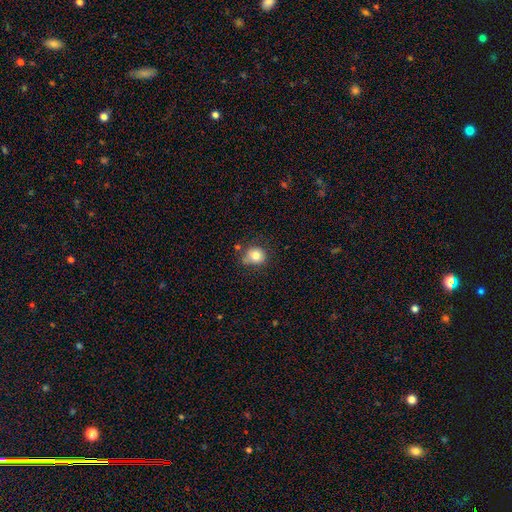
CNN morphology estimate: Smooth or featured? Predicted: smooth (p=0.79). How rounded? Predicted: round (p=0.77). Merging? Predicted: none (p=0.62).